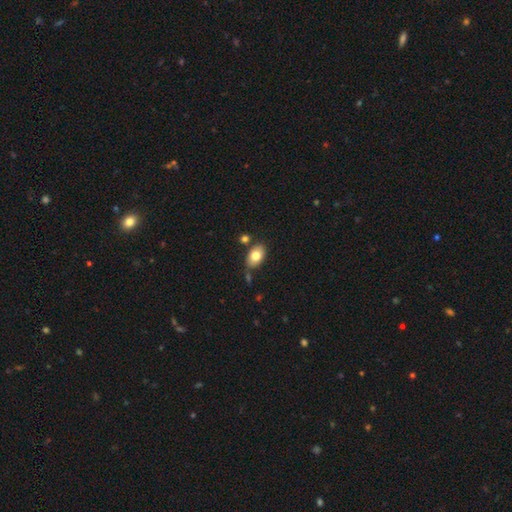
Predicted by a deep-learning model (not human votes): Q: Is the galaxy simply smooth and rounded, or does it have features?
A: smooth — 80%.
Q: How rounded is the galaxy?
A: in between — 89%.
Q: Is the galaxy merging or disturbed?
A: none — 71%.